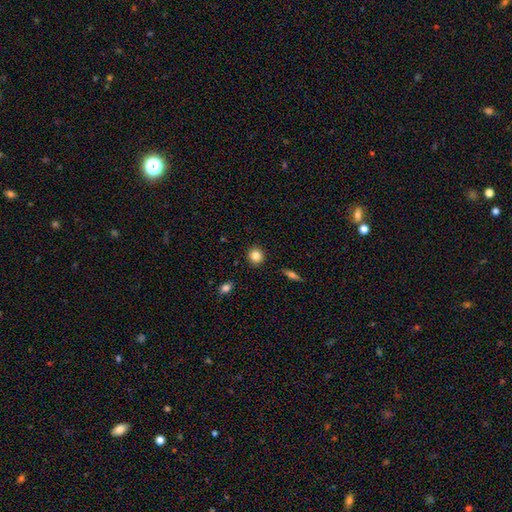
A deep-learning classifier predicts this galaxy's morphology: smooth 84%, star or artifact 10%, featured or disk 6%. Down the decision tree: how rounded — round (88%); merging — none (90%).